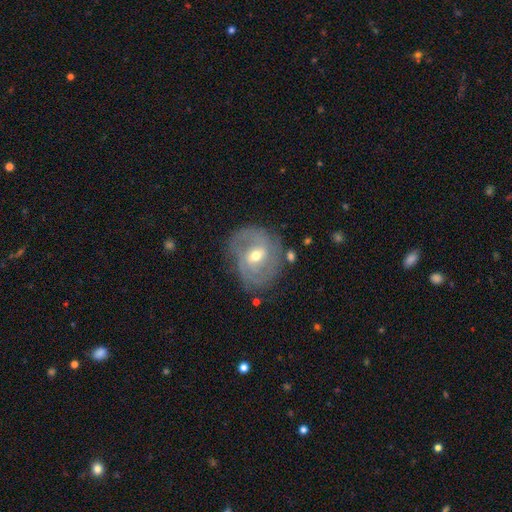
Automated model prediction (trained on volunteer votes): A featured or disk galaxy (81%) with a weak bar (53%), 2 (51%) tight (52%) spiral arms (90%) and a moderate central bulge (59%). Merging: none (71%).